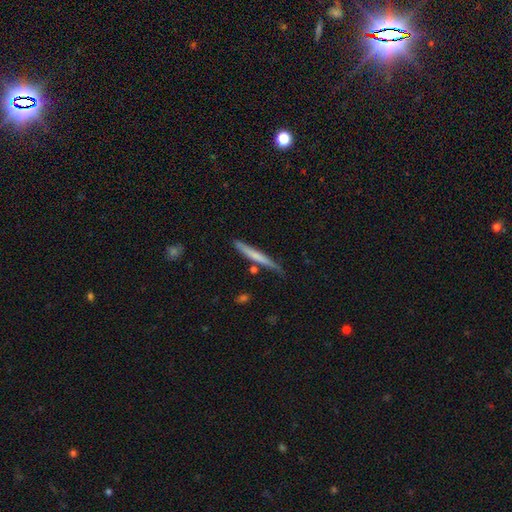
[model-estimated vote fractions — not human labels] Smooth or featured? Predicted: smooth (p=0.57). How rounded? Predicted: cigar-shaped (p=0.96). Merging? Predicted: none (p=0.73).